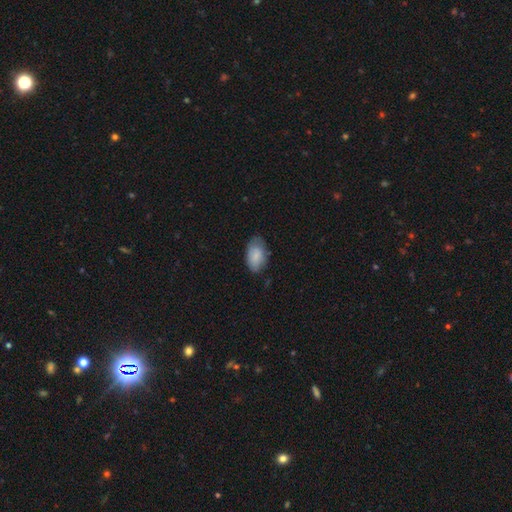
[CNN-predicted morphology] smooth-or-featured: smooth: 81% | featured or disk: 13% | star or artifact: 6%
  how-rounded: in between: 93% | round: 5% | cigar-shaped: 2%
  merging: none: 66% | minor disturbance: 27% | major disturbance: 5% | merger: 1%